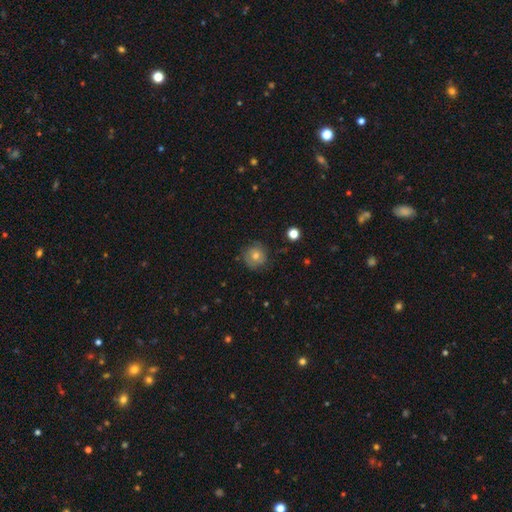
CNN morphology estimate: A smooth galaxy with no disk features (67%) that is round (92%). Merging: none (79%).